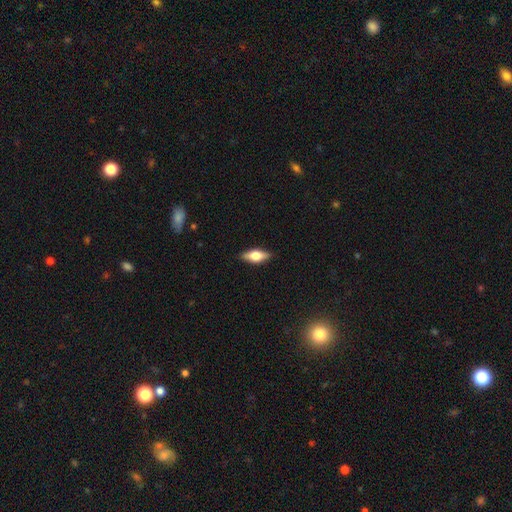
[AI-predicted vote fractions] A smooth galaxy with no disk features (49%). Merging: none (87%).